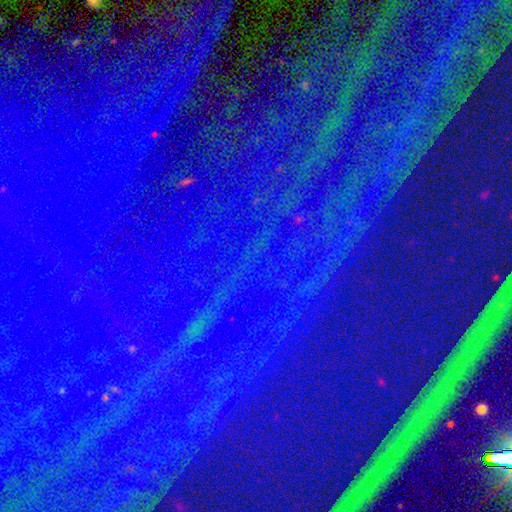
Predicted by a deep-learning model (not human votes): star or artifact 88%, featured or disk 6%, smooth 6%.